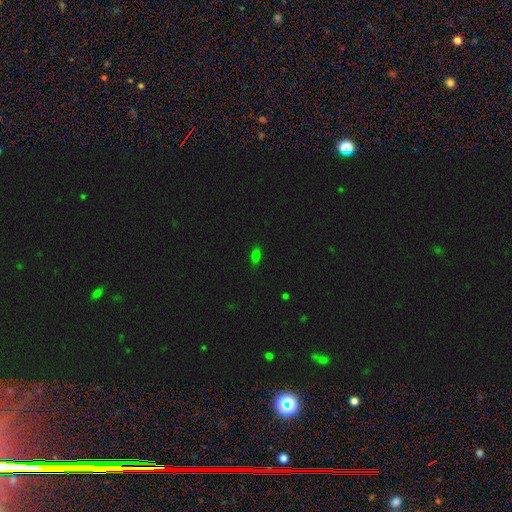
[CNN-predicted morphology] The model was most divided on "smooth or featured": smooth: 72%, star or artifact: 21%, featured or disk: 8%. More confident: merging — none (84%); how rounded — in between (83%).